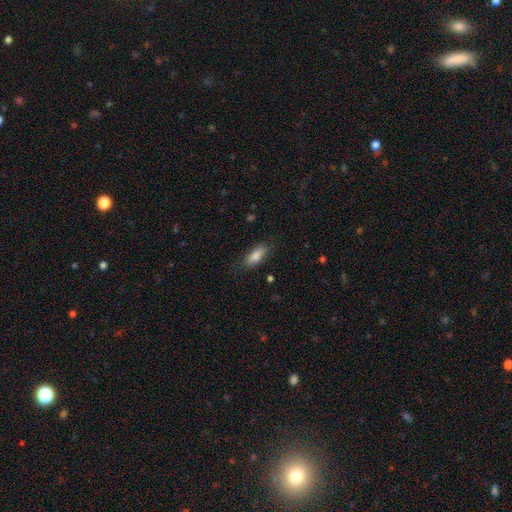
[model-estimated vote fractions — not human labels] Overall: smooth (81%). How rounded: in between (74%). Merging: none (81%).